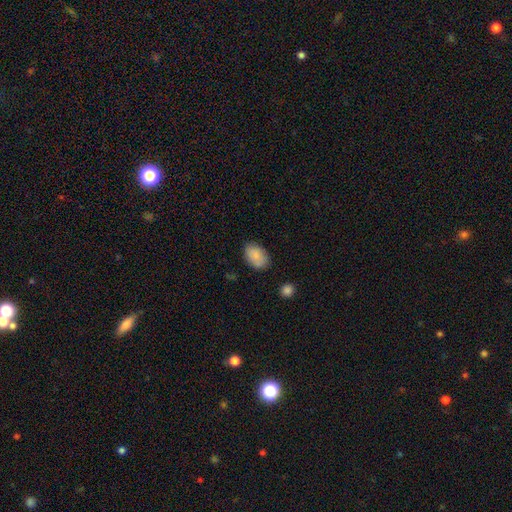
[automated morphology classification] A smooth galaxy with no disk features (86%) that is in between round and cigar-shaped (87%).

Vote fractions:
- Smooth or featured? smooth: 86% / featured or disk: 7% / star or artifact: 7%
- How rounded? in between: 87% / round: 12% / cigar-shaped: 1%
- Merging? none: 79% / minor disturbance: 16% / major disturbance: 3% / merger: 2%